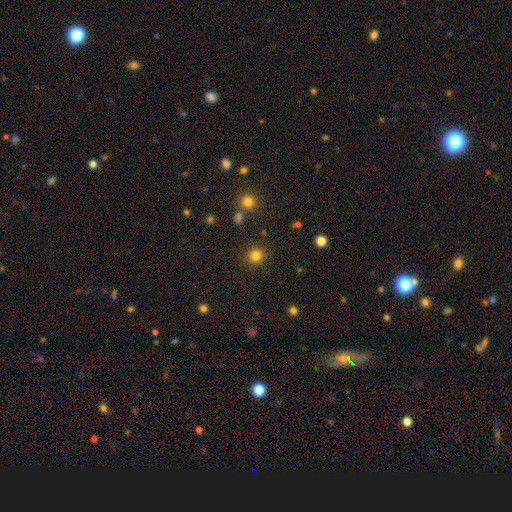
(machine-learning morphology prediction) A smooth galaxy with no disk features (82%) that is round (92%). Merging: none (89%).